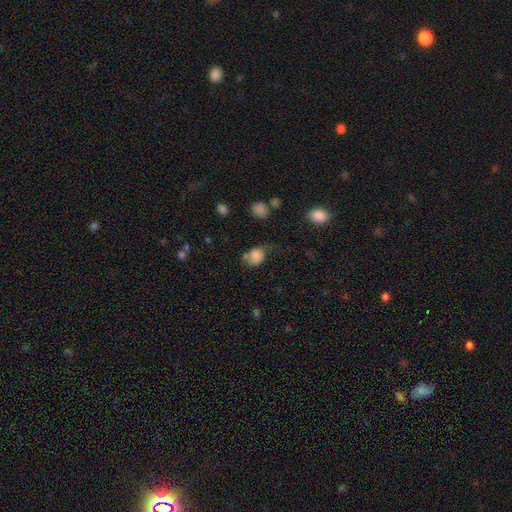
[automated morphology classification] Smooth or featured? smooth (79%)
How rounded? round (51%)
Merging? none (38%)